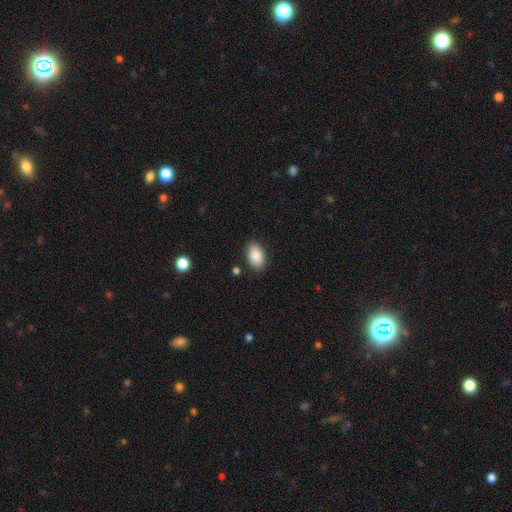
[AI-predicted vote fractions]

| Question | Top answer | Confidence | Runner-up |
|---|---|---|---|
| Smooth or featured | smooth | 86% | featured or disk (7%) |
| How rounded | in between | 92% | round (7%) |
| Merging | none | 87% | minor disturbance (9%) |